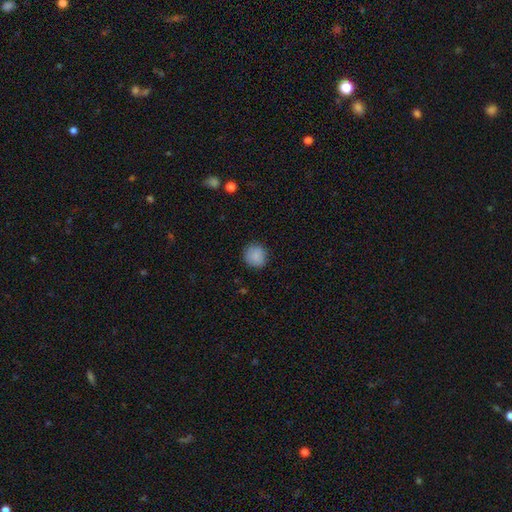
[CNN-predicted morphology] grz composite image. It shows a smooth galaxy with no disk features (88%) that is round (90%). Merging: none (88%).